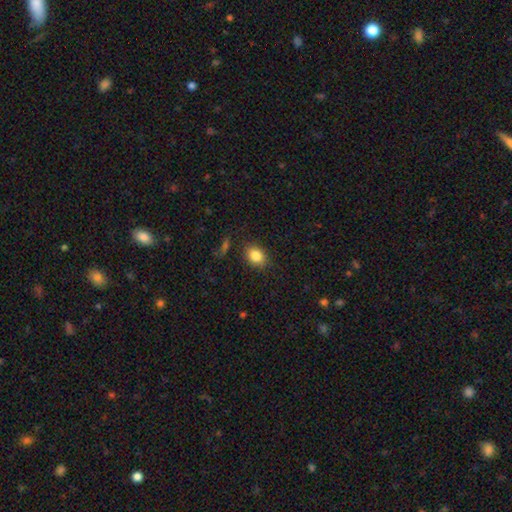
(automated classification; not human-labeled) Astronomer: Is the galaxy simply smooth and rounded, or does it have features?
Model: smooth — 84%.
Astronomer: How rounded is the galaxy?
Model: in between — 64%.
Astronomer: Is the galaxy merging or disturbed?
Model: none — 85%.